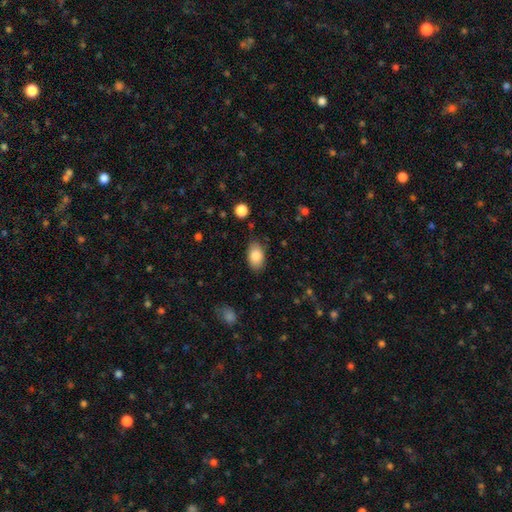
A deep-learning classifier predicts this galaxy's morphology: This appears to be a smooth galaxy with no disk features (86%) that is in between round and cigar-shaped (92%). Merging: none (81%).